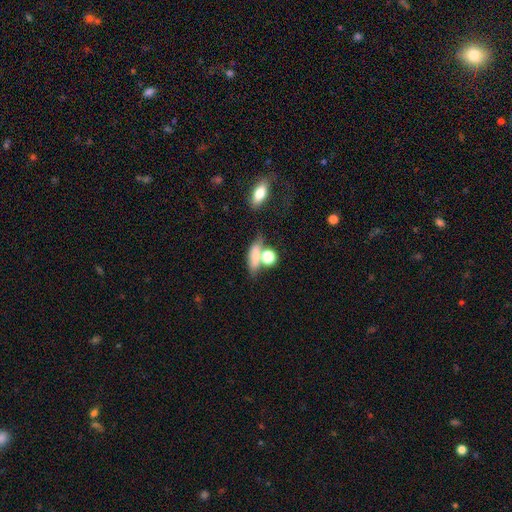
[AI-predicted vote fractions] Overall: smooth (71%). How rounded: in between (52%; cigar-shaped 24%). Merging: none (45%; merger 31%).